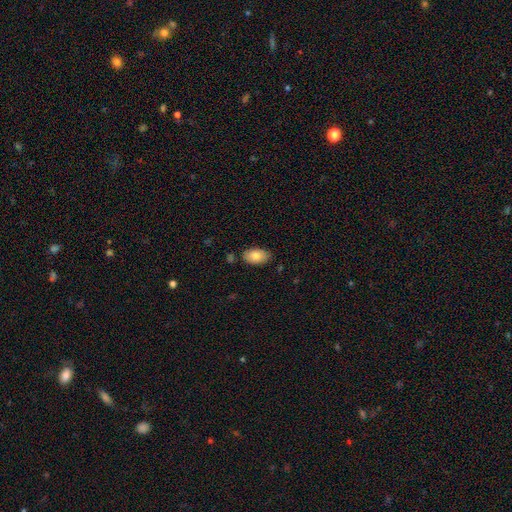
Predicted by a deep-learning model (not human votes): Overall: smooth (82%). How rounded: in between (93%). Merging: none (82%).